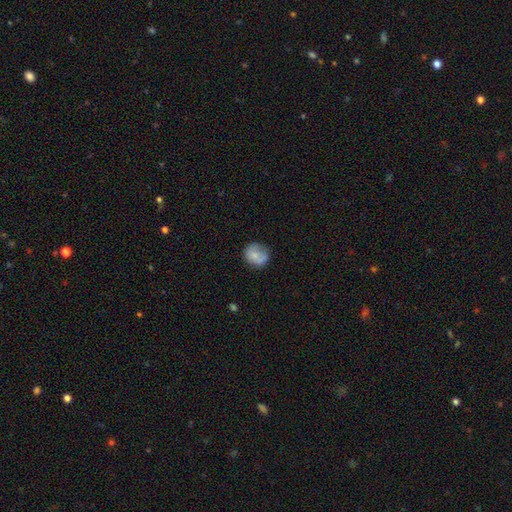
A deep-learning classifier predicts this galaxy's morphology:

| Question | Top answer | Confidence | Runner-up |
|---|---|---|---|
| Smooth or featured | smooth | 72% | featured or disk (20%) |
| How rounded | round | 76% | in between (23%) |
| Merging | none | 61% | minor disturbance (24%) |